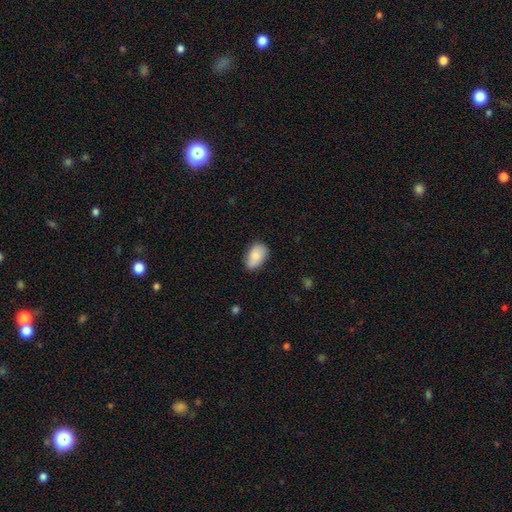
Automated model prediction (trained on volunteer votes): Q: Smooth or featured?
A: smooth (83%); runner-up: featured or disk (10%)
Q: How rounded?
A: in between (90%); runner-up: round (8%)
Q: Merging?
A: none (72%); runner-up: minor disturbance (23%)